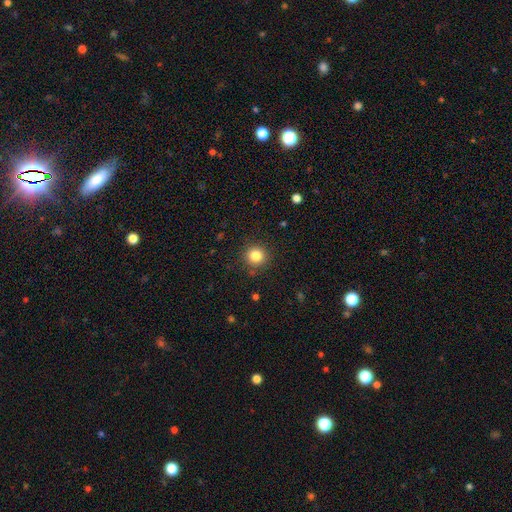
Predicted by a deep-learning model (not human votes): The model was most divided on "smooth or featured": smooth: 82%, star or artifact: 12%, featured or disk: 6%. More confident: how rounded — round (94%); merging — none (90%).